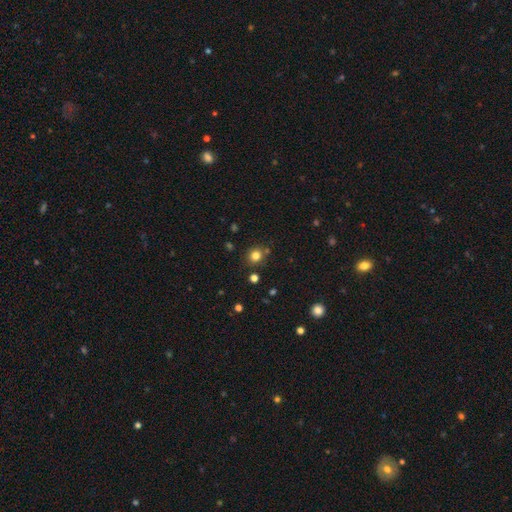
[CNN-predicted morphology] Q: Smooth or featured?
A: smooth (80%); runner-up: star or artifact (14%)
Q: How rounded?
A: round (84%); runner-up: in between (15%)
Q: Merging?
A: none (81%); runner-up: minor disturbance (10%)